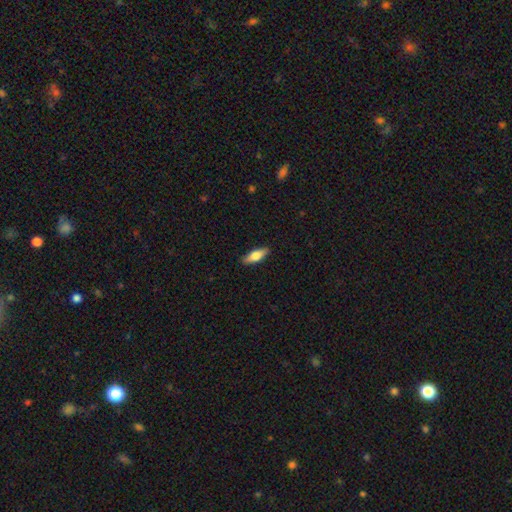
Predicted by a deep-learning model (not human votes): Smooth or featured? Predicted: smooth (p=0.66). How rounded? Predicted: in between (p=0.62). Merging? Predicted: none (p=0.88).